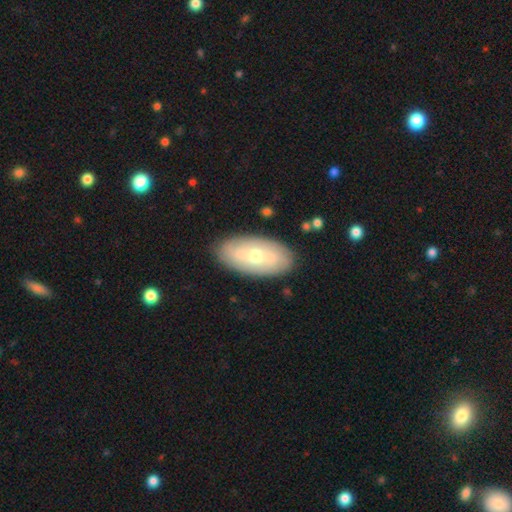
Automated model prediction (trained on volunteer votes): This is possibly a featured or disk galaxy (51%). It is clearly not viewed edge-on (88%). Merging: clearly none (85%).